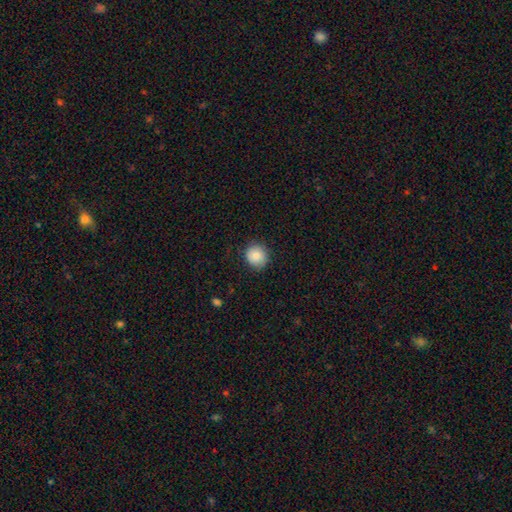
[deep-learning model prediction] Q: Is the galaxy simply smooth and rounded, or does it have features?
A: smooth — 83%.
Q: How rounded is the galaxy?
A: round — 89%.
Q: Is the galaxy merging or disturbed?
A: none — 85%.